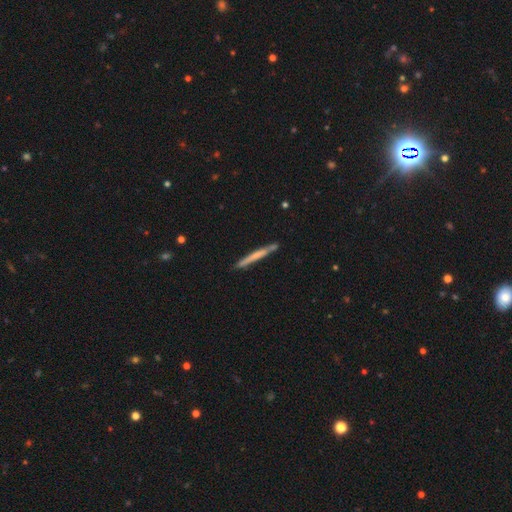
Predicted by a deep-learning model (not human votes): Smooth or featured: smooth — 55% (featured or disk — 39%)
How rounded: cigar-shaped — 97% (in between — 2%)
Merging: none — 84% (minor disturbance — 11%)